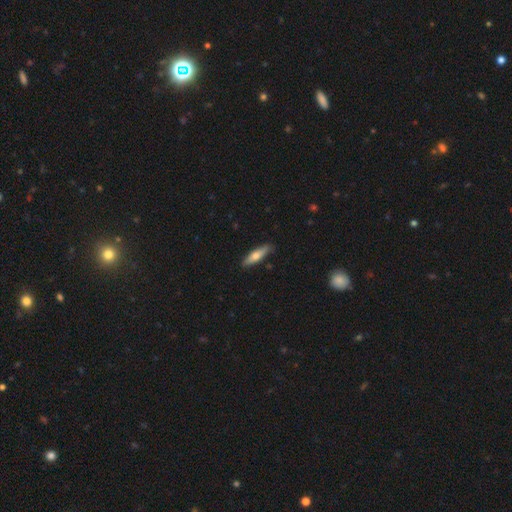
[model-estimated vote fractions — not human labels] Smooth or featured: smooth — 64% (featured or disk — 31%)
How rounded: cigar-shaped — 71% (in between — 28%)
Merging: none — 86% (minor disturbance — 11%)